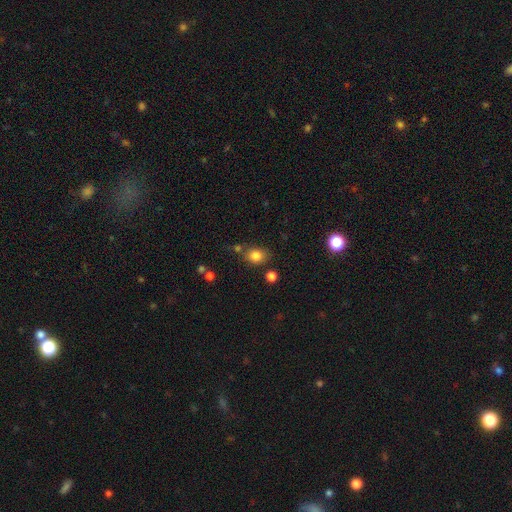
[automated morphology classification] Smooth or featured? smooth (82%)
How rounded? in between (53%)
Merging? none (72%)